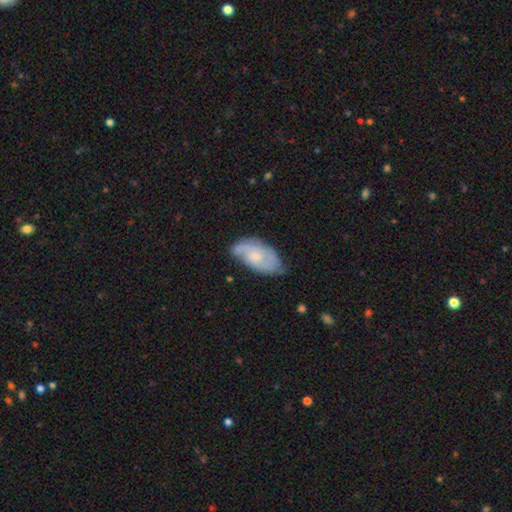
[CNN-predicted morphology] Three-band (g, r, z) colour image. It shows a featured or disk galaxy (65%) with no bar (70%), 2 (58%) medium (42%) spiral arms (88%) and a small central bulge (53%). Merging: none (62%).